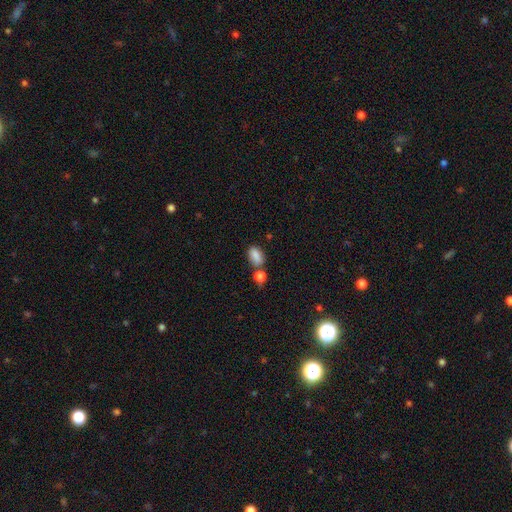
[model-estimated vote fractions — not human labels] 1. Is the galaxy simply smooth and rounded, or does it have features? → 84% smooth, 10% star or artifact, 6% featured or disk.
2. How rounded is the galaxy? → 85% in between, 12% round, 3% cigar-shaped.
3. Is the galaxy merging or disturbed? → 57% none, 23% merger, 15% minor disturbance, 5% major disturbance.